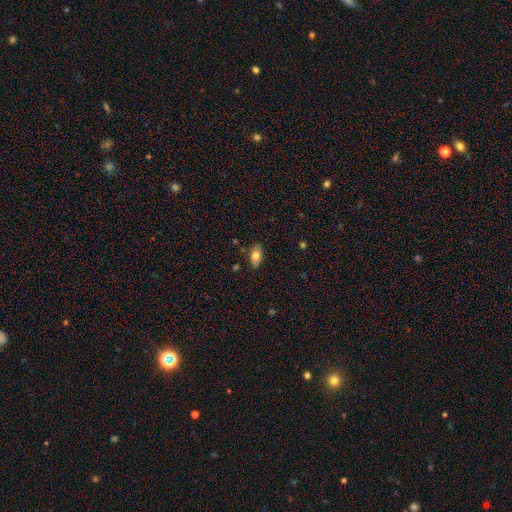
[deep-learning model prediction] This is likely a smooth galaxy (77%). How rounded: clearly in between (90%). Merging: clearly none (81%).